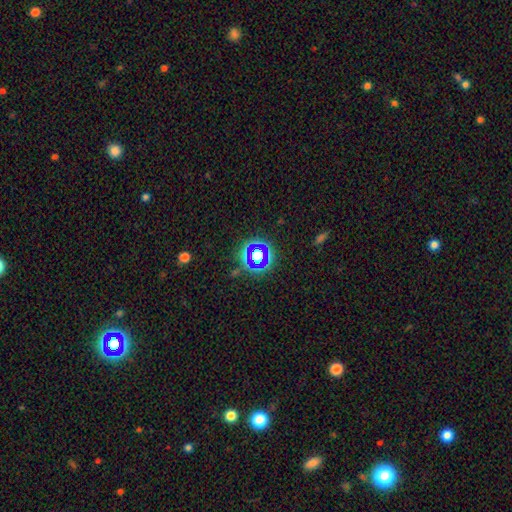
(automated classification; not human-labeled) star or artifact 59%, smooth 28%, featured or disk 13%.